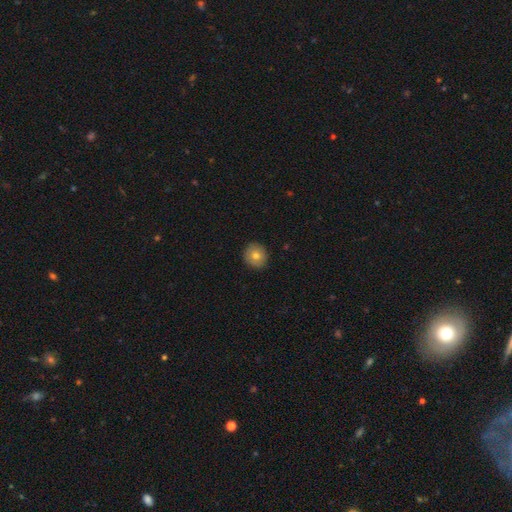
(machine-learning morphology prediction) The model was most divided on "smooth or featured": smooth: 77%, featured or disk: 14%, star or artifact: 9%. More confident: merging — none (89%); how rounded — round (87%).